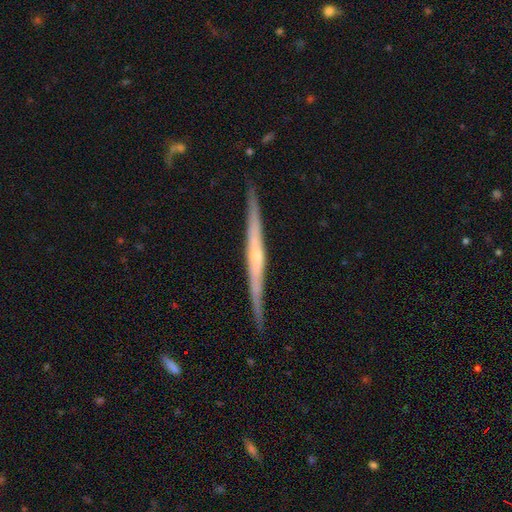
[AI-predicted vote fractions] This is likely a featured or disk galaxy (74%). It is clearly viewed edge-on (97%). Edge-on bulge: possibly rounded (51%). Merging: clearly none (88%).